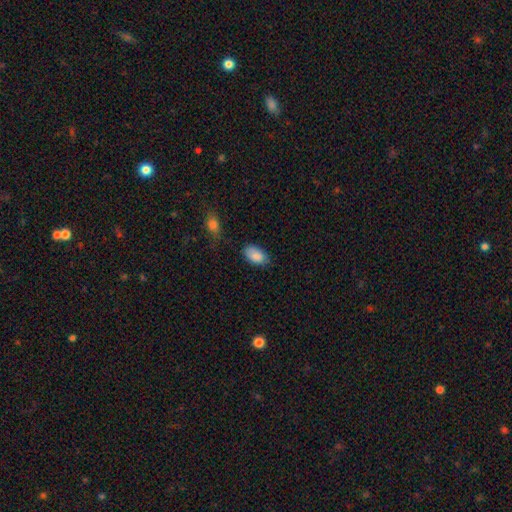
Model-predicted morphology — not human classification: A smooth galaxy with no disk features (87%) that is in between round and cigar-shaped (94%).

Vote fractions:
- Smooth or featured? smooth: 87% / star or artifact: 7% / featured or disk: 6%
- How rounded? in between: 94% / round: 5% / cigar-shaped: 2%
- Merging? none: 71% / minor disturbance: 21% / major disturbance: 4% / merger: 3%